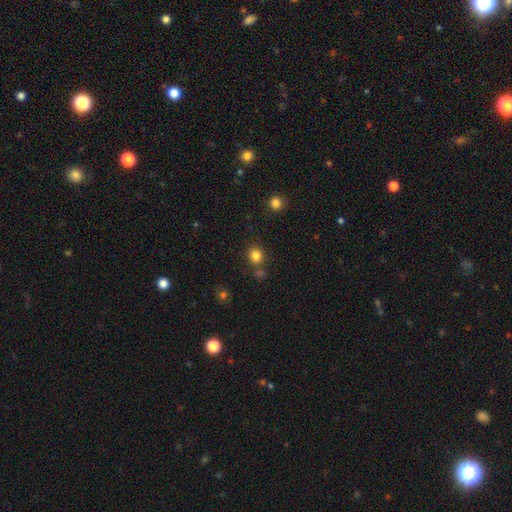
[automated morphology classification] Smooth or featured? Predicted: smooth (p=0.83). How rounded? Predicted: round (p=0.79). Merging? Predicted: none (p=0.77).